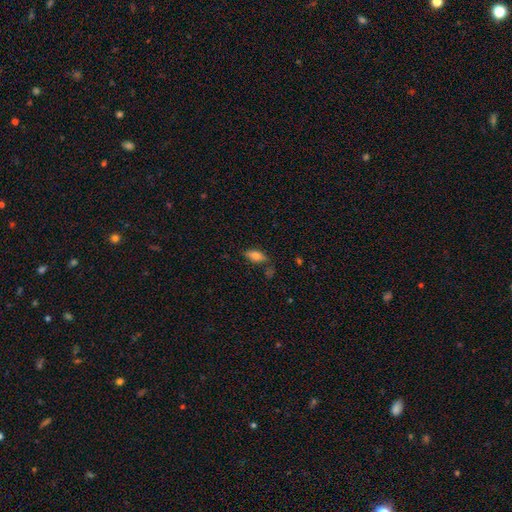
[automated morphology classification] A smooth galaxy with no disk features (78%) that is in between round and cigar-shaped (82%).

Vote fractions:
- Smooth or featured? smooth: 78% / featured or disk: 13% / star or artifact: 9%
- How rounded? in between: 82% / cigar-shaped: 15% / round: 3%
- Merging? none: 69% / minor disturbance: 20% / merger: 6% / major disturbance: 5%